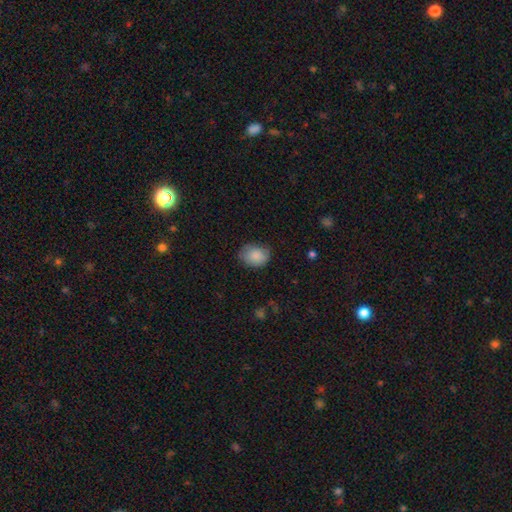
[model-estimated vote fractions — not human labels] A smooth galaxy with no disk features (85%) that is in between round and cigar-shaped (60%). Merging: none (65%).